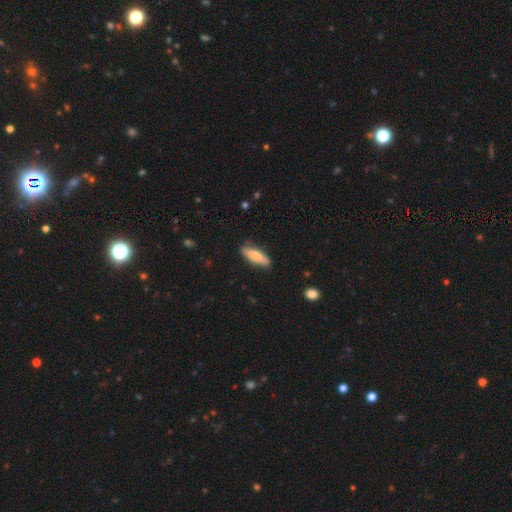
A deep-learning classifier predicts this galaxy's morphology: Q: Smooth or featured?
A: smooth (70%); runner-up: featured or disk (24%)
Q: How rounded?
A: cigar-shaped (50%); runner-up: in between (48%)
Q: Merging?
A: none (80%); runner-up: minor disturbance (16%)